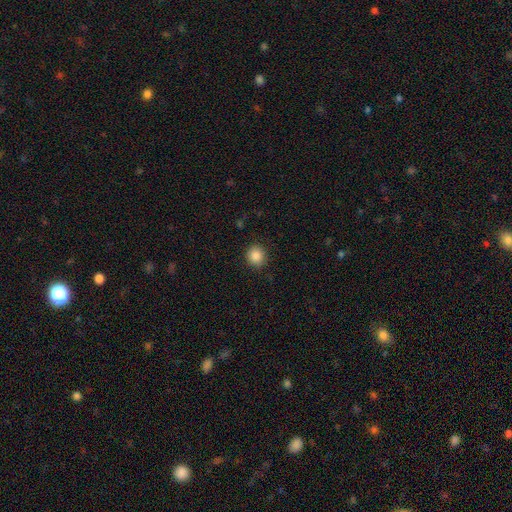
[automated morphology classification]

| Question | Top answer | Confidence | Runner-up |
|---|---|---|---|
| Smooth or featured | smooth | 87% | star or artifact (9%) |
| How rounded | round | 89% | in between (10%) |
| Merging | none | 91% | minor disturbance (6%) |